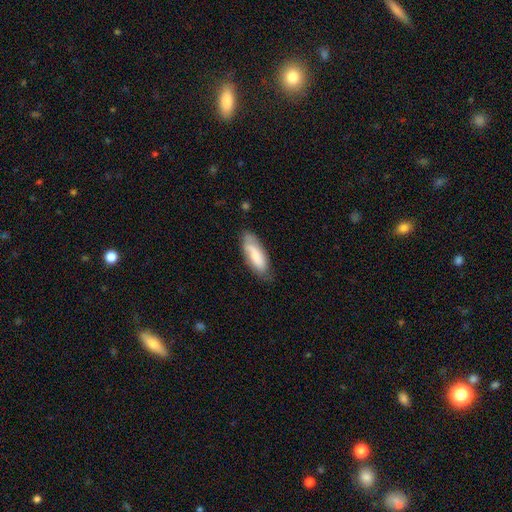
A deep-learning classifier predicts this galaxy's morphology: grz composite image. It shows a smooth galaxy with no disk features (72%) that is in between round and cigar-shaped (70%). Merging: none (67%).